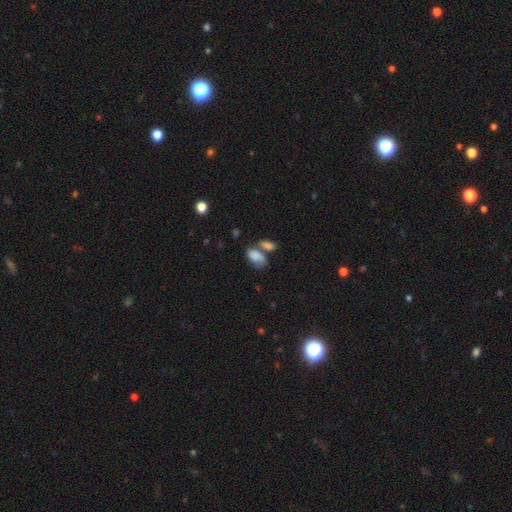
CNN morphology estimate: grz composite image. It shows a smooth galaxy with no disk features (81%) that is in between round and cigar-shaped (91%). Merging: merger (44%).